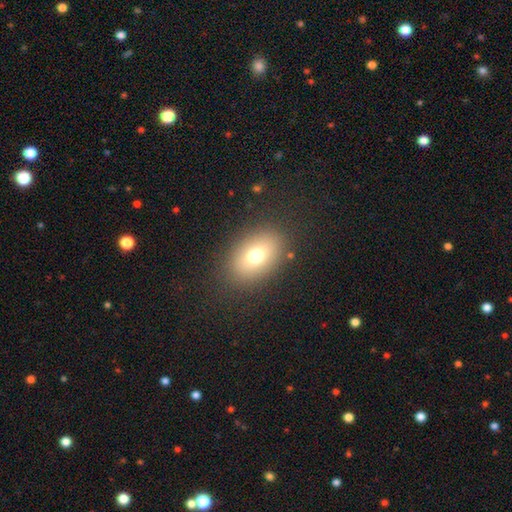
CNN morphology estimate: smooth_or_featured: smooth (p=0.73) [alt: featured or disk p=0.15]
how_rounded: in between (p=0.80) [alt: round p=0.19]
merging: none (p=0.84) [alt: minor disturbance p=0.10]